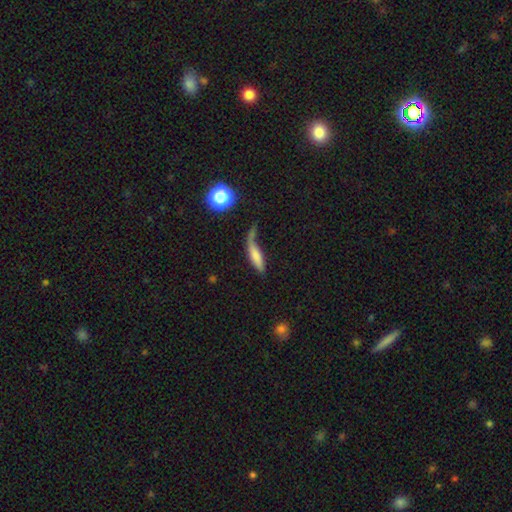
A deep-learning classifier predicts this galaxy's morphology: Smooth or featured: smooth — 70% (featured or disk — 22%)
How rounded: cigar-shaped — 61% (in between — 35%)
Merging: none — 34% (major disturbance — 27%)